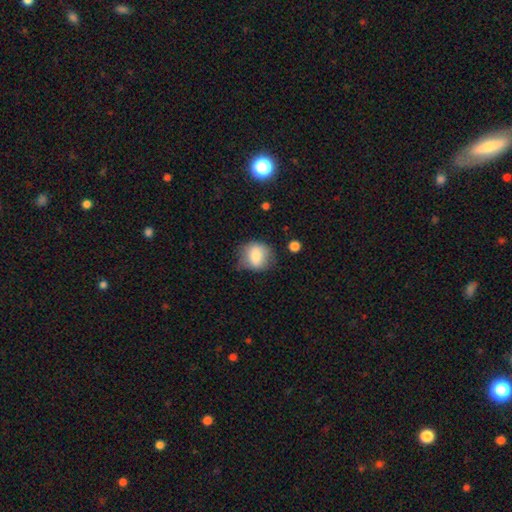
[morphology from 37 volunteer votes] Smooth or featured? 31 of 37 (84%) said smooth. How rounded? 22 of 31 (71%) said round. Merging? 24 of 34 (71%) said none.